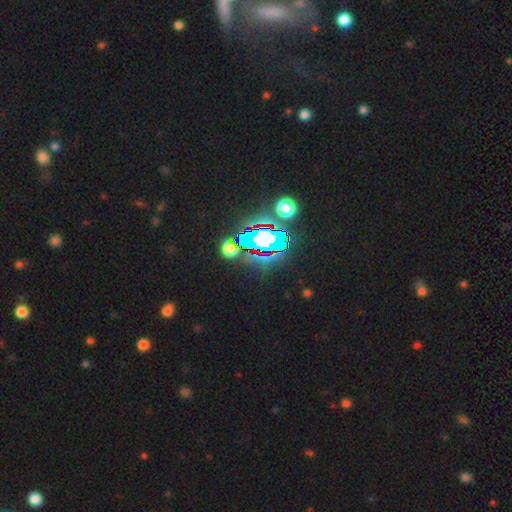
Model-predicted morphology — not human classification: The model was most divided on "smooth or featured": star or artifact: 78%, smooth: 13%, featured or disk: 9%.